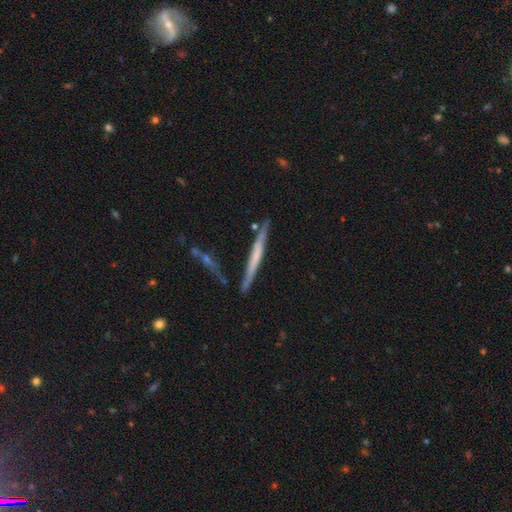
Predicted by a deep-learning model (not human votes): smooth-or-featured: featured or disk: 56% | smooth: 37% | star or artifact: 7%
  disk-edge-on: yes: 95% | no: 5%
    edge-on-bulge: none: 75% | rounded: 14% | boxy: 11%
  merging: none: 78% | minor disturbance: 14% | merger: 5% | major disturbance: 3%